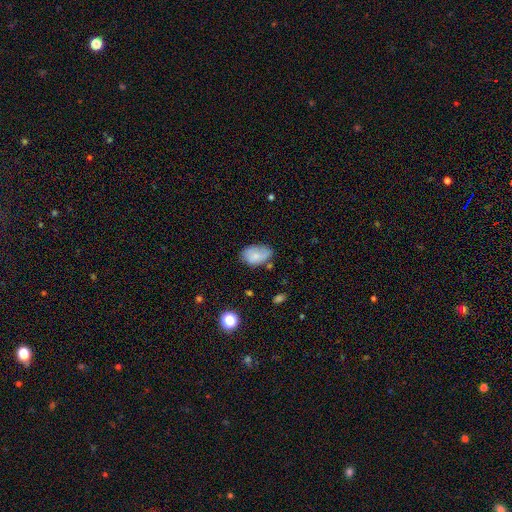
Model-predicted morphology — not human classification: A smooth galaxy with no disk features (73%) that is in between round and cigar-shaped (89%).

Vote fractions:
- Smooth or featured? smooth: 73% / featured or disk: 18% / star or artifact: 8%
- How rounded? in between: 89% / round: 10% / cigar-shaped: 1%
- Merging? none: 56% / minor disturbance: 31% / major disturbance: 8% / merger: 4%